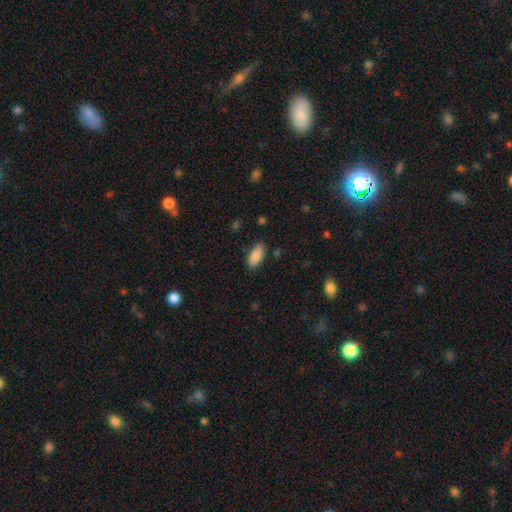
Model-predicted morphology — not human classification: Smooth or featured: smooth — 87% (featured or disk — 7%)
How rounded: in between — 87% (cigar-shaped — 11%)
Merging: none — 84% (minor disturbance — 12%)